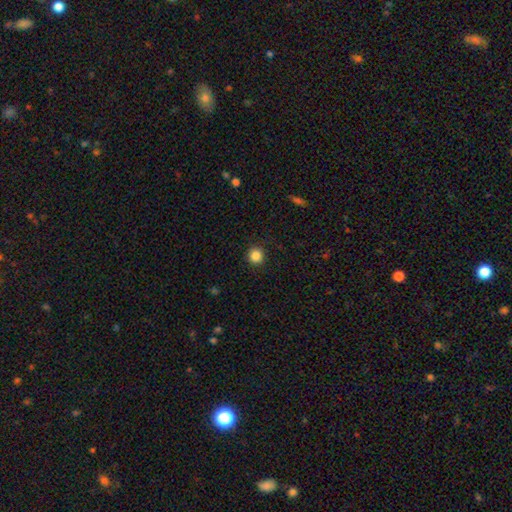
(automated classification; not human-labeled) Smooth or featured? Predicted: smooth (p=0.86). How rounded? Predicted: round (p=0.94). Merging? Predicted: none (p=0.92).